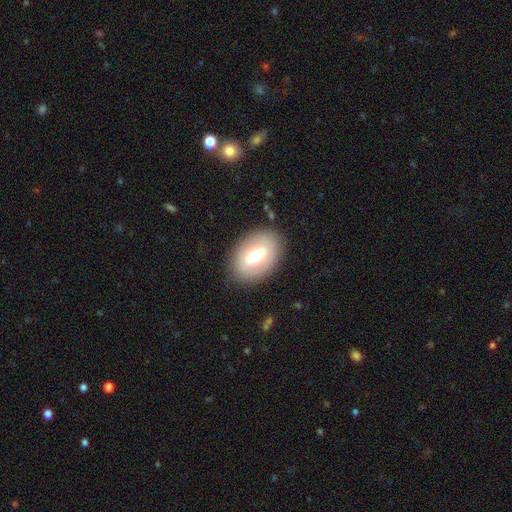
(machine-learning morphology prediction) Smooth or featured: smooth — 54% (featured or disk — 39%)
How rounded: in between — 82% (round — 16%)
Merging: none — 84% (minor disturbance — 10%)